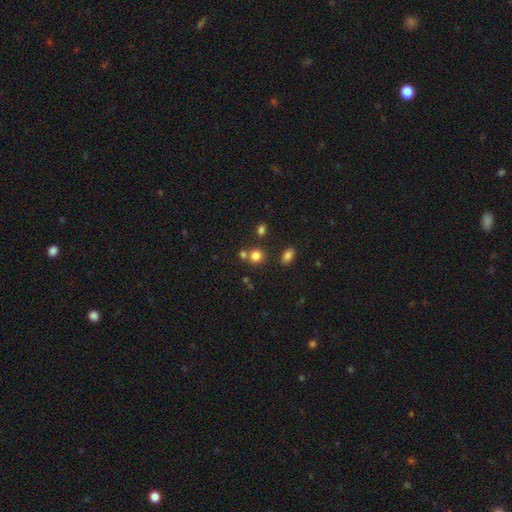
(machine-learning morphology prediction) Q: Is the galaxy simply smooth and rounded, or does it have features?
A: smooth — 80%.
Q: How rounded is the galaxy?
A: round — 83%.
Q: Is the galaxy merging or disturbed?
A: none — 65%.